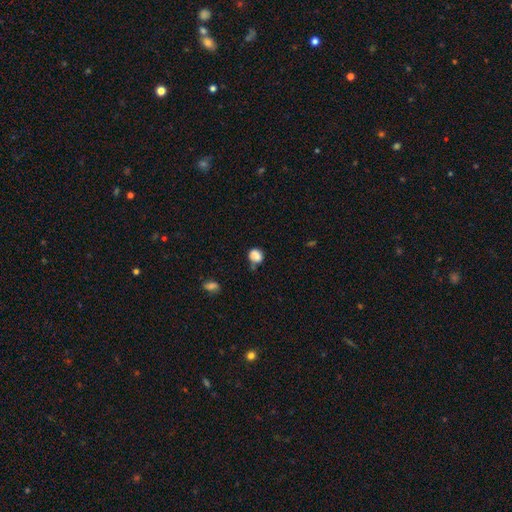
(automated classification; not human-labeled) Q: Smooth or featured?
A: smooth (83%); runner-up: star or artifact (10%)
Q: How rounded?
A: round (61%); runner-up: in between (38%)
Q: Merging?
A: none (52%); runner-up: minor disturbance (29%)